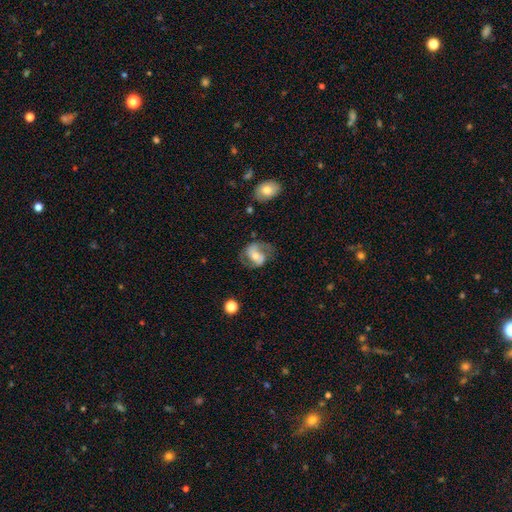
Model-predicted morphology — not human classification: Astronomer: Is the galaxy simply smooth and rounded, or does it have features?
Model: featured or disk — 67%.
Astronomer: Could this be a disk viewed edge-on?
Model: no — 97%.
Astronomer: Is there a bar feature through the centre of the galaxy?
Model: no — 40% (runner-up: weak, 35%).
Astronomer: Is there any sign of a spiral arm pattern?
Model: yes — 84%.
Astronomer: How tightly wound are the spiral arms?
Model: medium — 47% (runner-up: loose, 36%).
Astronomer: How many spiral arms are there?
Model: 2 — 85%.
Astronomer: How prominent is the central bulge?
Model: moderate — 56% (runner-up: small, 34%).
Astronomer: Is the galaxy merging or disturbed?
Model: none — 58%.